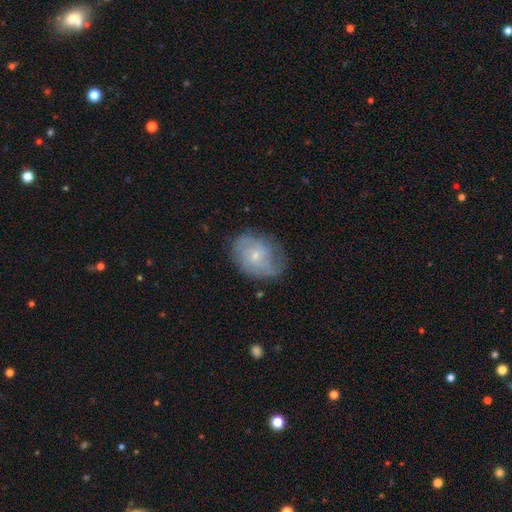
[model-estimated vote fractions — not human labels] This appears to be a featured or disk galaxy (57%) with no bar (70%), spiral arms (80%) and a small central bulge (70%). Merging: none (60%).